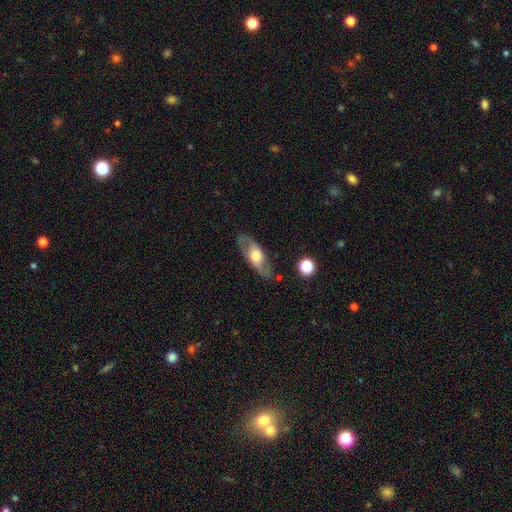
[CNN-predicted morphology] A featured or disk galaxy (58%).

Vote fractions:
- Smooth or featured? featured or disk: 58% / smooth: 36% / star or artifact: 6%
- Edge-on disk? no: 69% / yes: 31%
- Merging? none: 76% / minor disturbance: 16% / major disturbance: 5% / merger: 2%